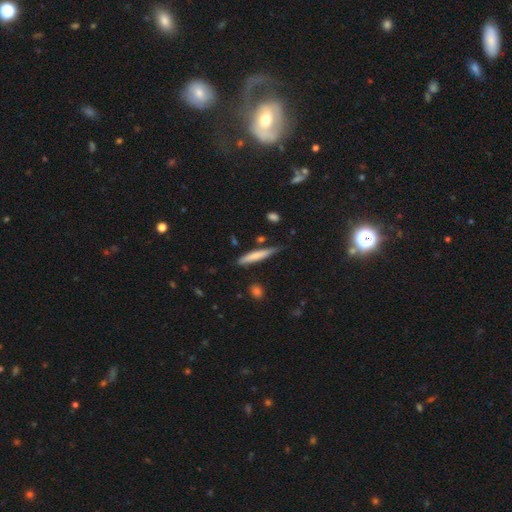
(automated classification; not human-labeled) Smooth or featured: smooth — 71% (featured or disk — 23%)
How rounded: cigar-shaped — 91% (in between — 8%)
Merging: none — 72% (minor disturbance — 20%)